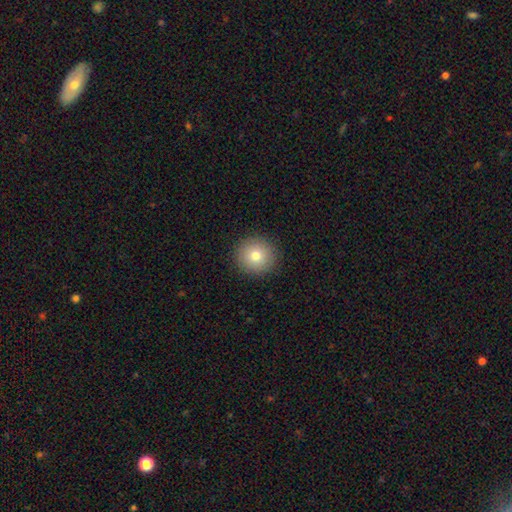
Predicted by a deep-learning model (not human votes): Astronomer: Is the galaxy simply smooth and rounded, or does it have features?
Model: smooth — 78%.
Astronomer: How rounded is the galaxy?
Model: round — 92%.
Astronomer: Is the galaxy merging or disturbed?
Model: none — 91%.